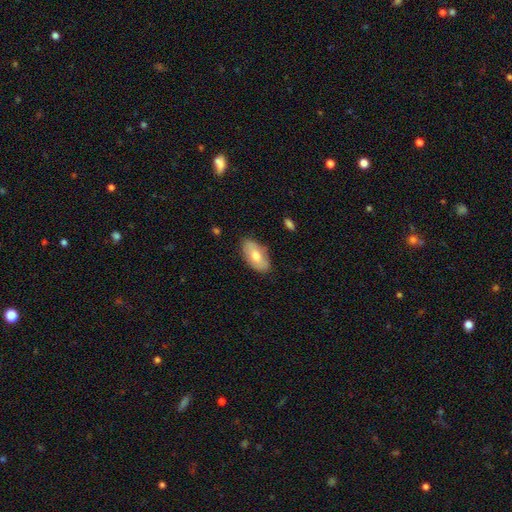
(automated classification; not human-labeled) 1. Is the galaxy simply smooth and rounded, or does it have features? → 68% smooth, 26% featured or disk, 6% star or artifact.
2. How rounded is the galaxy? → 93% in between, 3% cigar-shaped, 3% round.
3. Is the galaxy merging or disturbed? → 80% none, 15% minor disturbance, 3% major disturbance, 2% merger.